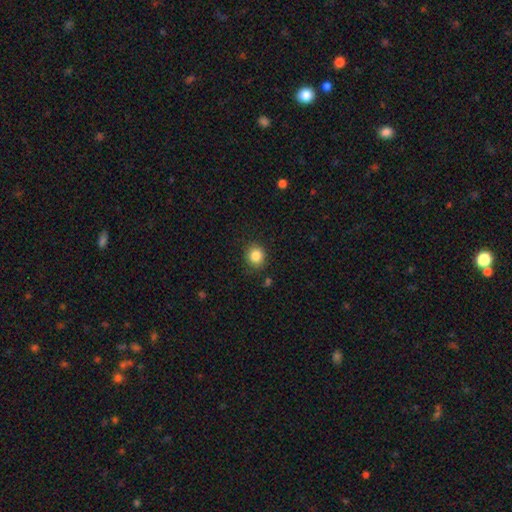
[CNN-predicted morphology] Q: Smooth or featured?
A: smooth (85%); runner-up: star or artifact (10%)
Q: How rounded?
A: round (82%); runner-up: in between (17%)
Q: Merging?
A: none (87%); runner-up: minor disturbance (9%)